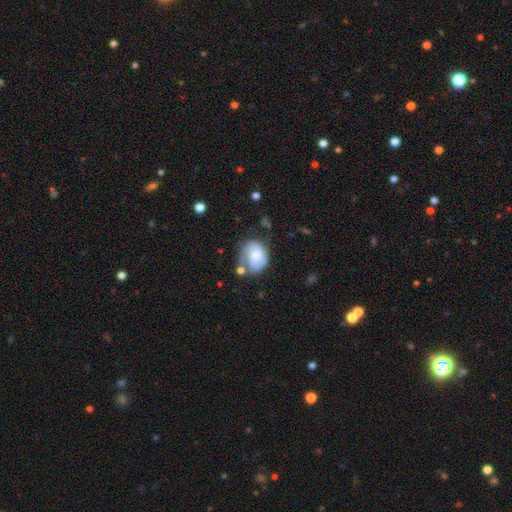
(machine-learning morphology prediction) smooth-or-featured: featured or disk: 53% | smooth: 40% | star or artifact: 8%
  disk-edge-on: no: 97% | yes: 3%
    bar: no: 71% | weak: 24% | strong: 4%
    has-spiral-arms: yes: 80% | no: 20%
    bulge-size: moderate: 40% | small: 34% | large: 12% | none: 10% | dominant: 3%
  merging: none: 44% | minor disturbance: 29% | major disturbance: 16% | merger: 10%